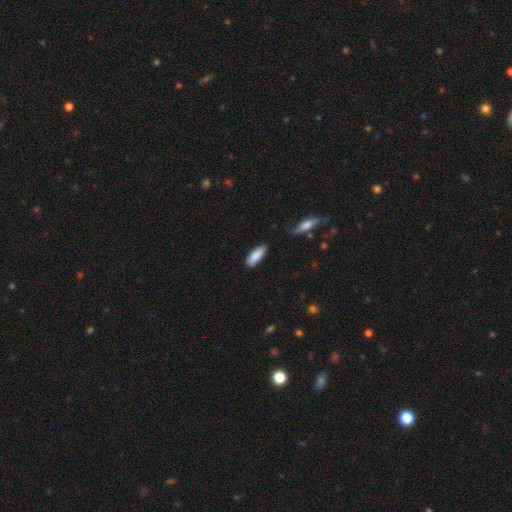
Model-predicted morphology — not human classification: Q: Smooth or featured?
A: smooth (86%); runner-up: featured or disk (9%)
Q: How rounded?
A: in between (64%); runner-up: cigar-shaped (35%)
Q: Merging?
A: none (83%); runner-up: minor disturbance (13%)